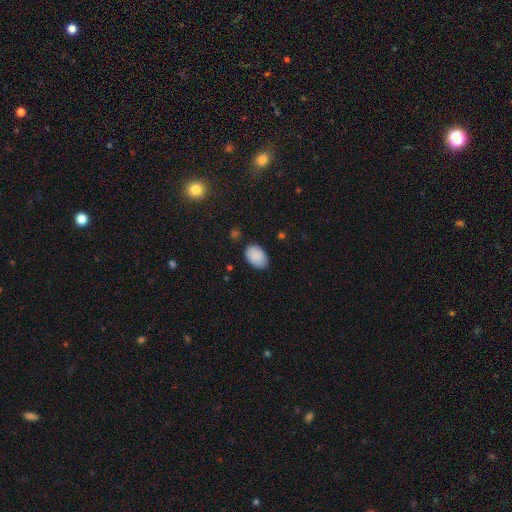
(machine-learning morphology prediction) smooth 89%, star or artifact 7%, featured or disk 4%. Down the decision tree: how rounded — in between (88%); merging — none (82%).